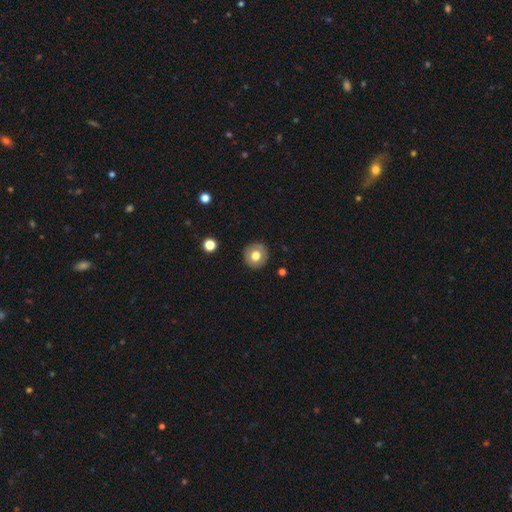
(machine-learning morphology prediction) The model was most divided on "smooth or featured": smooth: 70%, featured or disk: 21%, star or artifact: 9%. More confident: how rounded — round (93%); merging — none (89%).